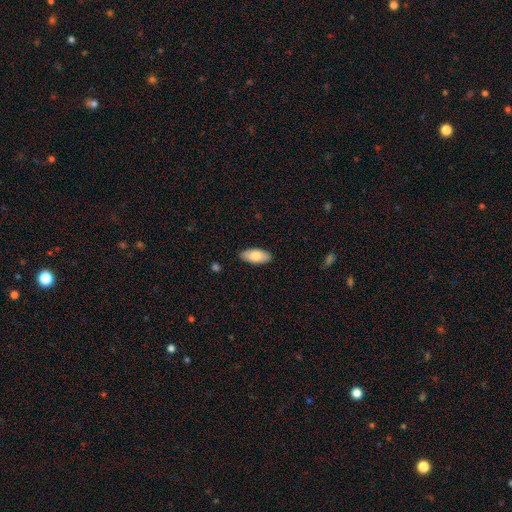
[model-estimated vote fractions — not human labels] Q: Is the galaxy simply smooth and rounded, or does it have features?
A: smooth — 81%.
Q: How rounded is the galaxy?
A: in between — 88%.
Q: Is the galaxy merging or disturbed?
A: none — 88%.